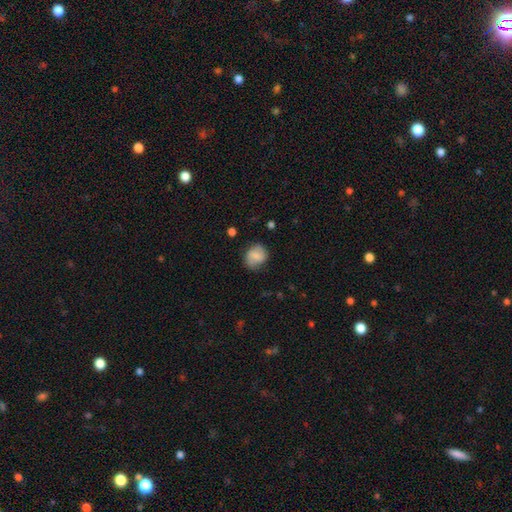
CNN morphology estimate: This appears to be a smooth galaxy with no disk features (60%) that is round (70%). Merging: none (75%).